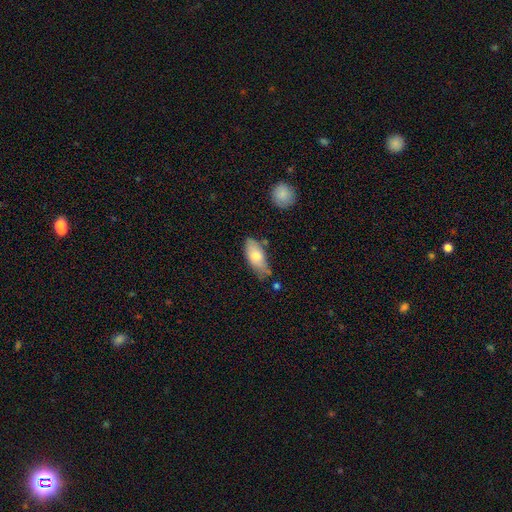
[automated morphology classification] Smooth or featured?
  - smooth: 72% *
  - featured or disk: 22%
  - star or artifact: 6%
How rounded?
  - in between: 85% *
  - cigar-shaped: 12%
  - round: 2%
Merging?
  - none: 53% *
  - minor disturbance: 33%
  - major disturbance: 7%
  - merger: 7%